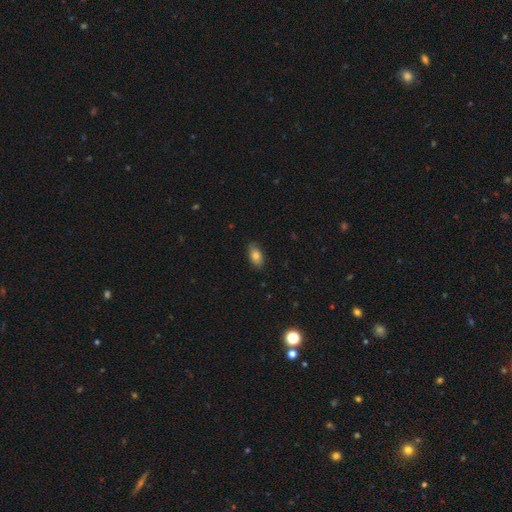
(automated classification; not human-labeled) Morphology: type=smooth (77%); roundness=in between (91%); merging=none (81%).